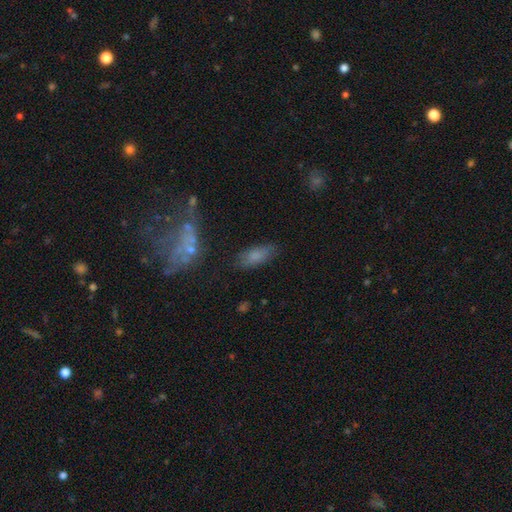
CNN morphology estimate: A smooth galaxy with no disk features (75%) that is in between round and cigar-shaped (77%). Merging: none (75%).